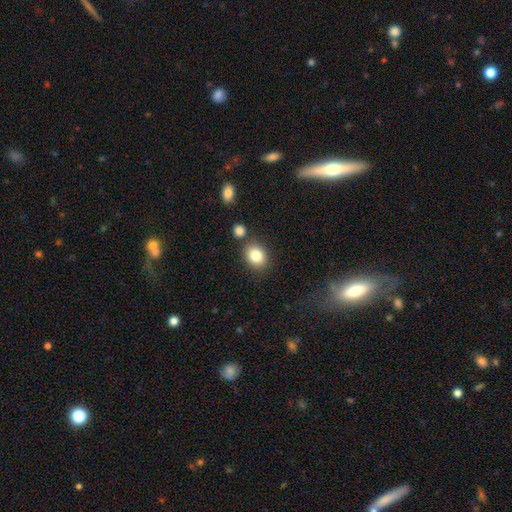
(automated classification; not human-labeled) The model was most divided on "how rounded": in between: 53%, round: 46%, cigar-shaped: 1%. More confident: smooth or featured — smooth (84%); merging — none (76%).